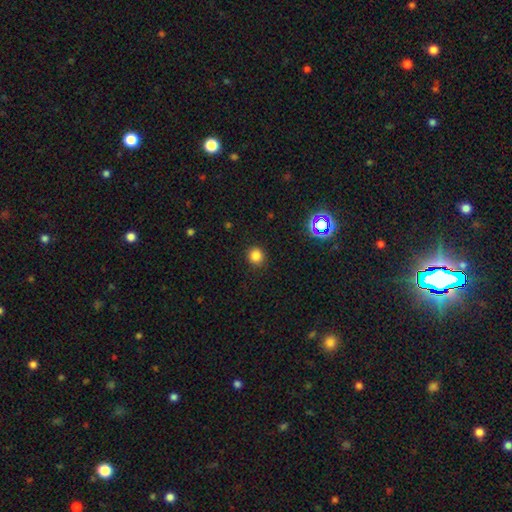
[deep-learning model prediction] Smooth or featured? Predicted: smooth (p=0.81). How rounded? Predicted: round (p=0.90). Merging? Predicted: none (p=0.90).